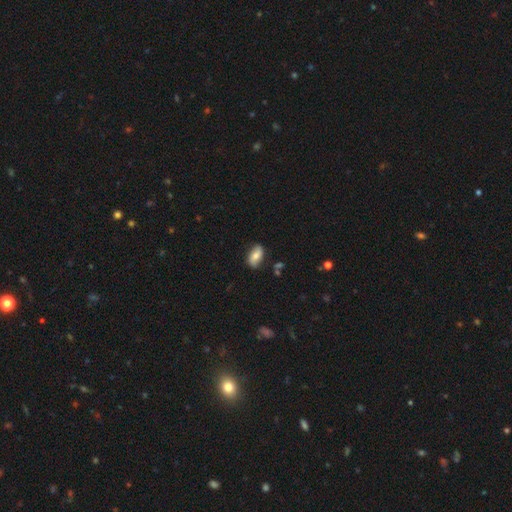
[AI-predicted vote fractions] Smooth or featured? Predicted: smooth (p=0.60). How rounded? Predicted: in between (p=0.91). Merging? Predicted: none (p=0.76).